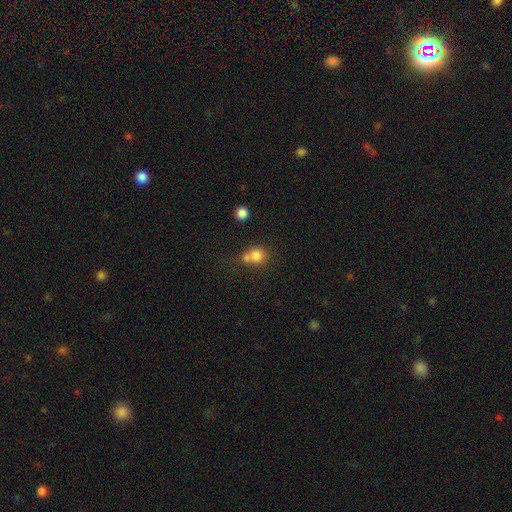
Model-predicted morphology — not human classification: This is likely a smooth galaxy (77%). How rounded: likely round (79%). Merging: marginally merger (45%).